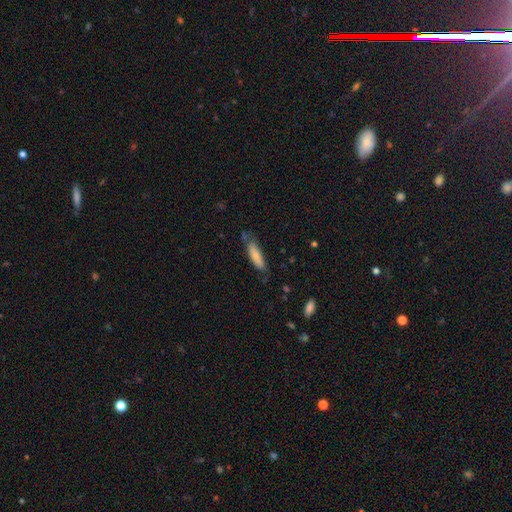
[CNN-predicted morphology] The model was most divided on "how rounded": cigar-shaped: 58%, in between: 40%, round: 1%. More confident: smooth or featured — smooth (81%); merging — none (66%).